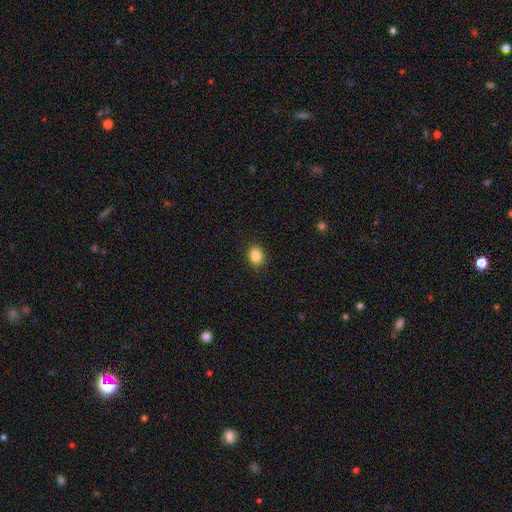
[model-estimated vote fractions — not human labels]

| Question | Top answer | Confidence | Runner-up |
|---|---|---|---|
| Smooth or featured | smooth | 86% | star or artifact (9%) |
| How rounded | in between | 59% | round (40%) |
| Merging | none | 90% | minor disturbance (7%) |